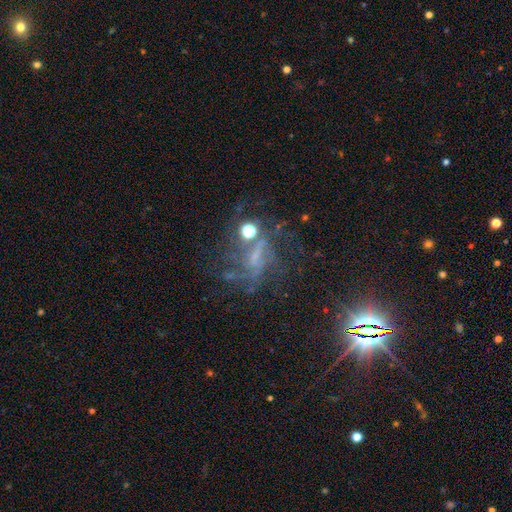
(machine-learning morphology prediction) smooth_or_featured: featured or disk (p=0.47) [alt: star or artifact p=0.40]
merging: none (p=0.45) [alt: major disturbance p=0.31]